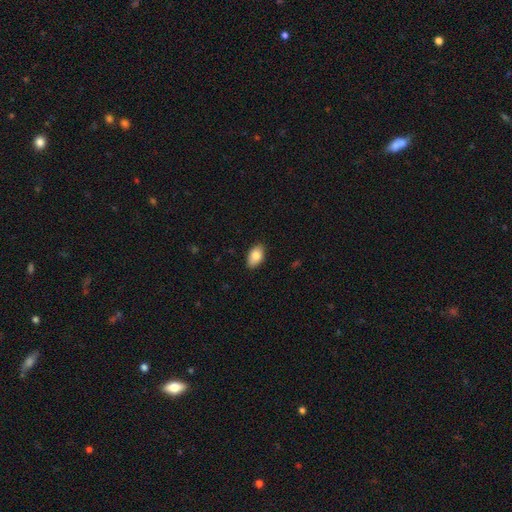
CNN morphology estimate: A smooth galaxy with no disk features (85%) that is in between round and cigar-shaped (92%).

Vote fractions:
- Smooth or featured? smooth: 85% / featured or disk: 8% / star or artifact: 7%
- How rounded? in between: 92% / round: 6% / cigar-shaped: 2%
- Merging? none: 86% / minor disturbance: 12% / major disturbance: 2% / merger: 1%